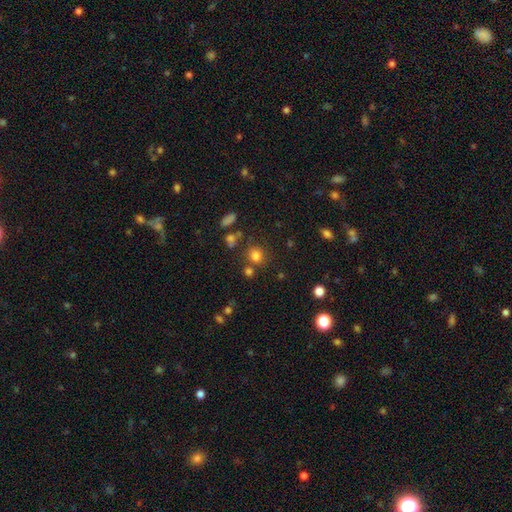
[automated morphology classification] Smooth or featured? Predicted: smooth (p=0.78). How rounded? Predicted: round (p=0.78). Merging? Predicted: none (p=0.71).